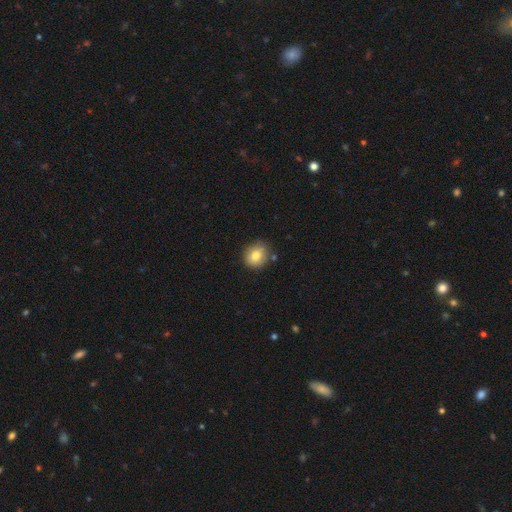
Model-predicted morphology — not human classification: Smooth or featured? Predicted: smooth (p=0.79). How rounded? Predicted: round (p=0.74). Merging? Predicted: none (p=0.79).